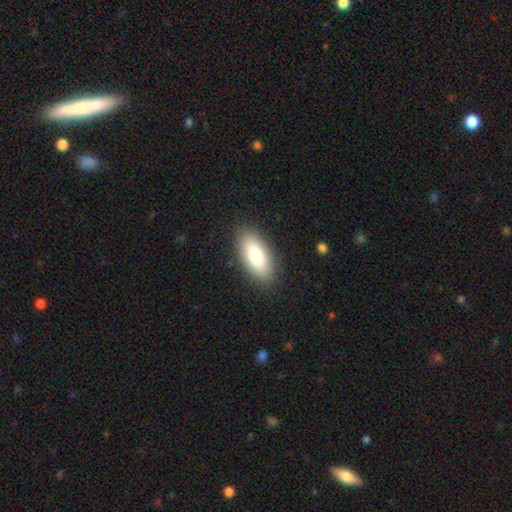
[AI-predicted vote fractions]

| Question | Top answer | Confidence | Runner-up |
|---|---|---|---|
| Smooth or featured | smooth | 79% | featured or disk (14%) |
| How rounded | in between | 88% | cigar-shaped (9%) |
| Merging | none | 88% | minor disturbance (9%) |